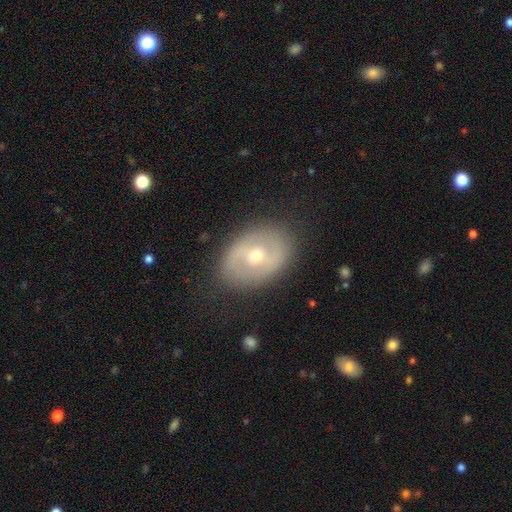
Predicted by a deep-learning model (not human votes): smooth-or-featured: featured or disk: 60% | smooth: 32% | star or artifact: 7%
  disk-edge-on: no: 94% | yes: 6%
    bar: no: 43% | weak: 38% | strong: 19%
    has-spiral-arms: no: 60% | yes: 40%
    bulge-size: moderate: 55% | small: 41% | large: 2% | dominant: 1% | none: 1%
  merging: none: 82% | minor disturbance: 12% | major disturbance: 5% | merger: 1%